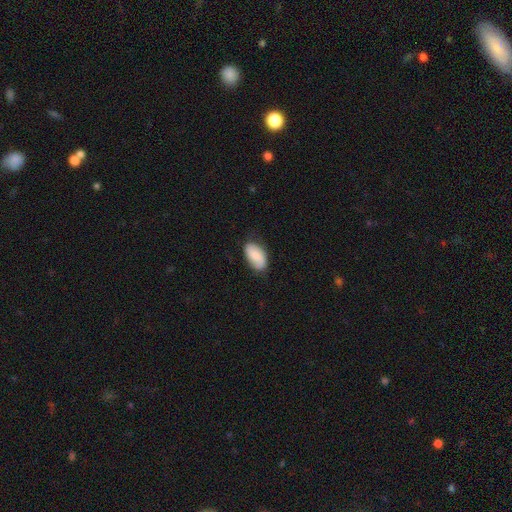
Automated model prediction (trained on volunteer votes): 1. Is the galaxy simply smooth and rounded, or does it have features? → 75% smooth, 18% featured or disk, 6% star or artifact.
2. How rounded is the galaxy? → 94% in between, 3% round, 2% cigar-shaped.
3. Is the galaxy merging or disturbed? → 72% none, 22% minor disturbance, 5% major disturbance, 1% merger.